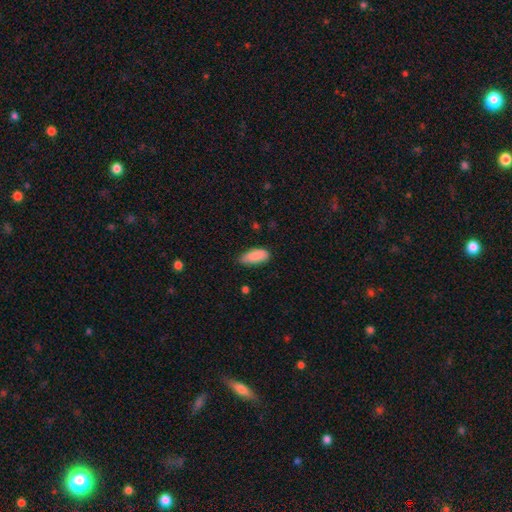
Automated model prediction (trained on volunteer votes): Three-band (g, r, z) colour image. It shows a smooth galaxy with no disk features (88%) that is in between round and cigar-shaped (87%). Merging: none (73%).